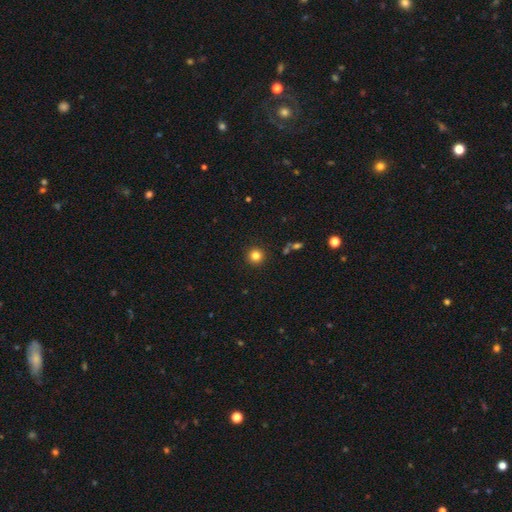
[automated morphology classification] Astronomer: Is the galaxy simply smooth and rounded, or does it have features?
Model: smooth — 81%.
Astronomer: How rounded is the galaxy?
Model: round — 95%.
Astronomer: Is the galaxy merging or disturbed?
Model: none — 92%.